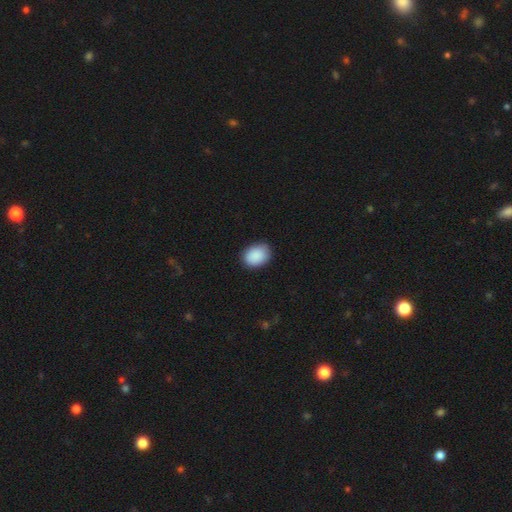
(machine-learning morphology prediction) smooth_or_featured: smooth (p=0.90) [alt: star or artifact p=0.07]
how_rounded: in between (p=0.60) [alt: round p=0.39]
merging: none (p=0.85) [alt: minor disturbance p=0.12]